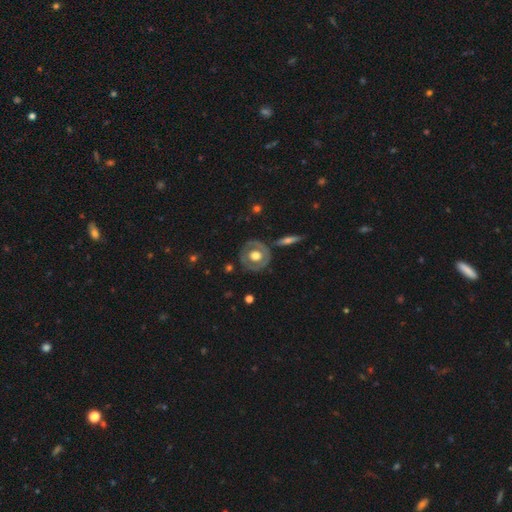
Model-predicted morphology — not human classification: featured or disk 55%, smooth 39%, star or artifact 5%. Down the decision tree: edge-on disk — no (91%); bar — no (83%); spiral arms — no (82%); bulge size — large (48%); merging — none (77%).